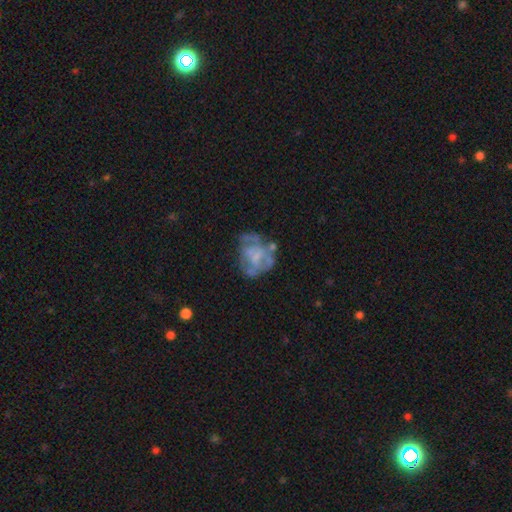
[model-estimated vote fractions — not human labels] Overall: featured or disk (65%; smooth 26%). Edge-on disk: no (98%). Bar: no (77%). Spiral arms: no (71%). Bulge size: none (44%; small 30%). Merging: none (42%; major disturbance 26%).